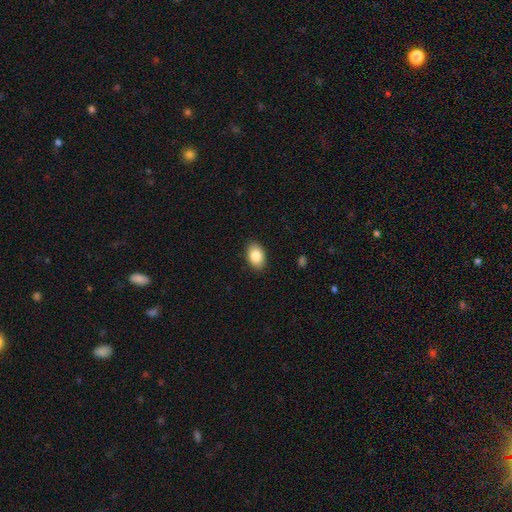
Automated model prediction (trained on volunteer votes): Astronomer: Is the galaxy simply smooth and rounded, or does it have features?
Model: smooth — 85%.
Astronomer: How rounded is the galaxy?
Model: in between — 88%.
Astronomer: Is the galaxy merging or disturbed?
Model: none — 89%.